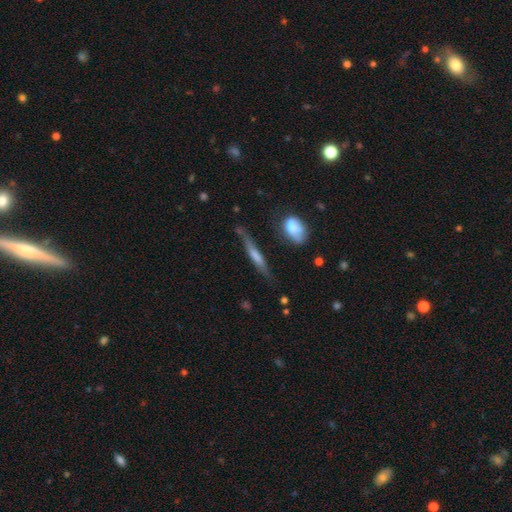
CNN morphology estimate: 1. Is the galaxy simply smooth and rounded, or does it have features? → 50% smooth, 43% featured or disk, 7% star or artifact.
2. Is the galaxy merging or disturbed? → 60% none, 25% minor disturbance, 9% major disturbance, 6% merger.